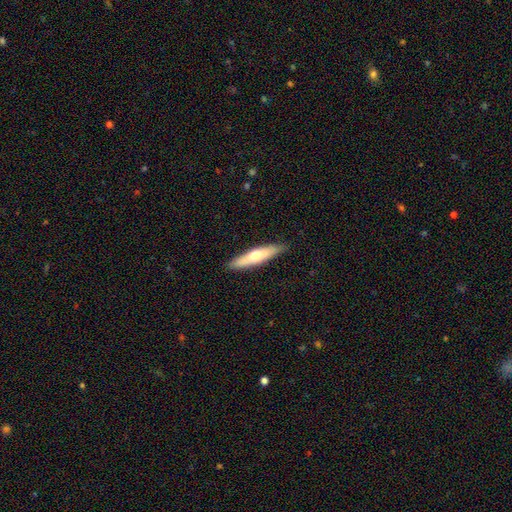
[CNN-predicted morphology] A smooth galaxy with no disk features (55%) that is cigar-shaped (83%). Merging: none (89%).